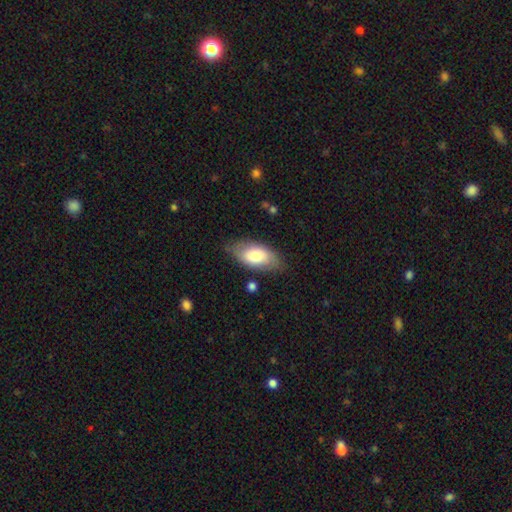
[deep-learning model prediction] Overall: smooth (71%). How rounded: in between (92%). Merging: none (74%).